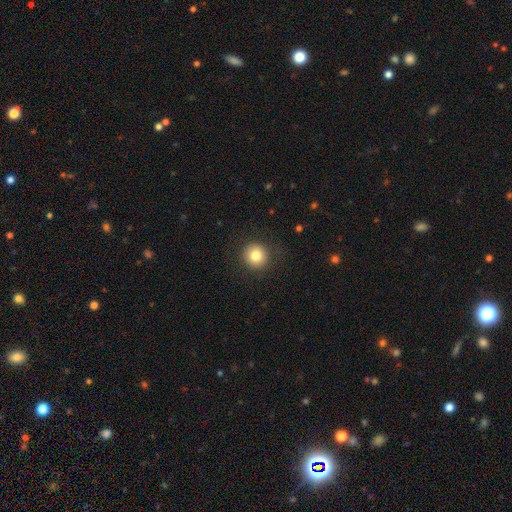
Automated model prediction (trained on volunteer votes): Smooth or featured? smooth (81%)
How rounded? round (93%)
Merging? none (88%)